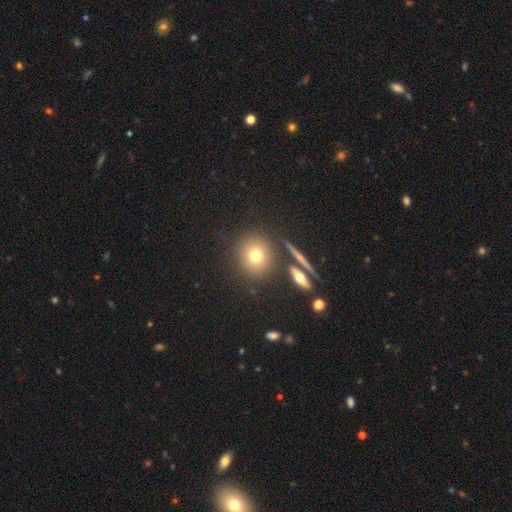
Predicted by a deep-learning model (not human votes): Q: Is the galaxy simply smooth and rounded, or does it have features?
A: smooth — 73%.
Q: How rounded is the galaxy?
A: round — 84%.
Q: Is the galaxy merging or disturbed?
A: none — 81%.